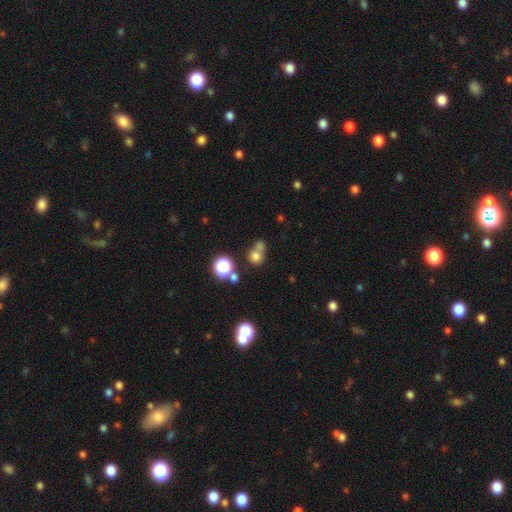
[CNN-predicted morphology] A smooth galaxy with no disk features (70%) that is round (83%). Merging: none (48%).